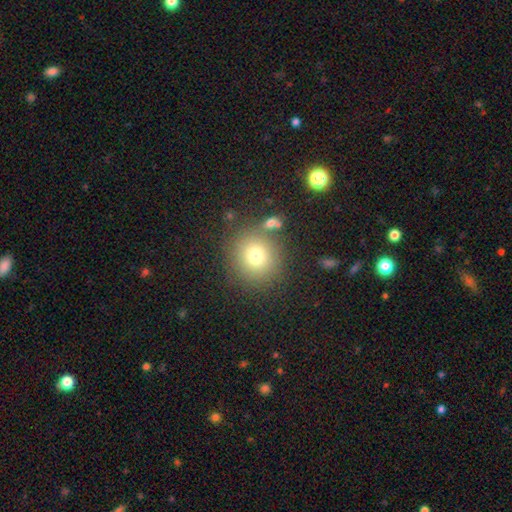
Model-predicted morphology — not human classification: Smooth or featured?
  - smooth: 74% *
  - star or artifact: 14%
  - featured or disk: 12%
How rounded?
  - round: 89% *
  - in between: 10%
  - cigar-shaped: 1%
Merging?
  - none: 79% *
  - minor disturbance: 10%
  - merger: 7%
  - major disturbance: 4%